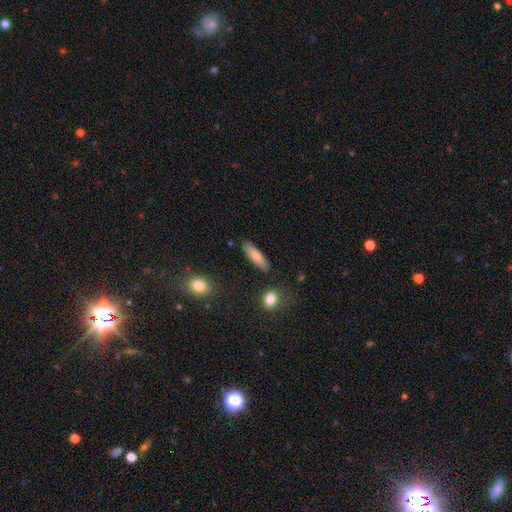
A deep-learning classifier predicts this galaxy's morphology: Smooth or featured? smooth (71%)
How rounded? cigar-shaped (63%)
Merging? none (85%)